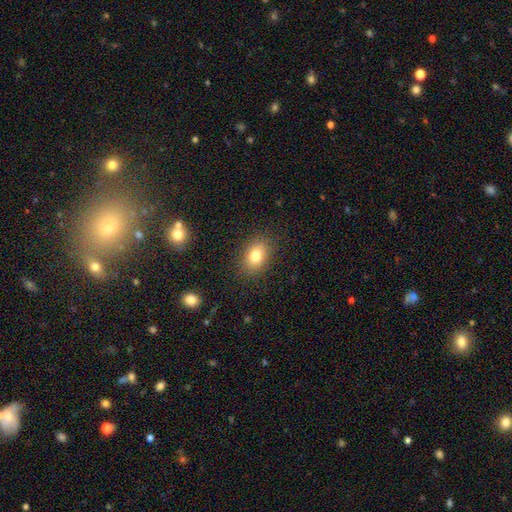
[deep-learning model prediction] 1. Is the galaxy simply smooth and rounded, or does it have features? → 80% smooth, 10% featured or disk, 10% star or artifact.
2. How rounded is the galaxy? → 76% in between, 22% round, 1% cigar-shaped.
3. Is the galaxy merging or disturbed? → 86% none, 10% minor disturbance, 3% major disturbance, 1% merger.